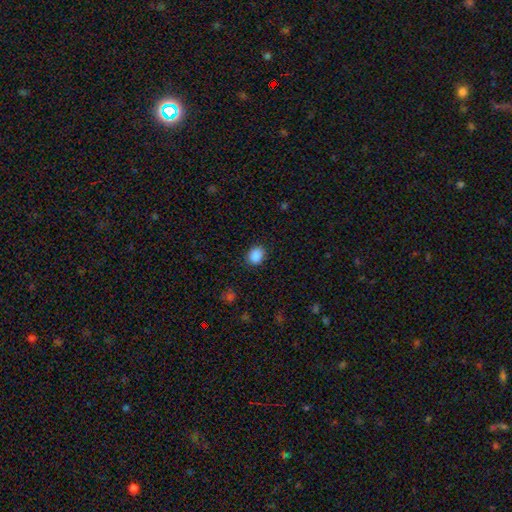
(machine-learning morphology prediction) Overall: smooth (88%). How rounded: round (53%; in between 46%). Merging: none (85%).